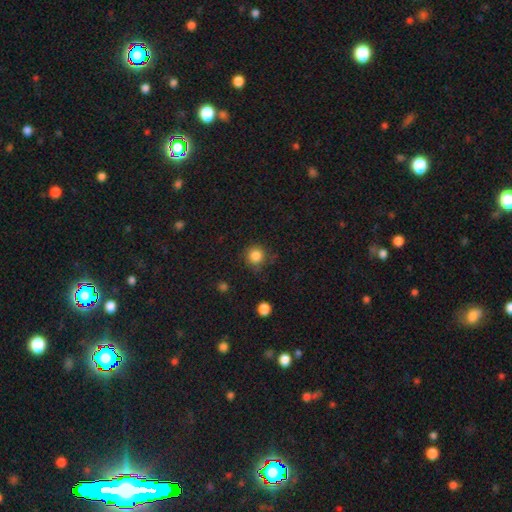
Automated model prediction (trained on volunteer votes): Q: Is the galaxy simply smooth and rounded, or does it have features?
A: smooth — 84%.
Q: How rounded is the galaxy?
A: round — 93%.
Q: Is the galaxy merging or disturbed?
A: none — 79%.